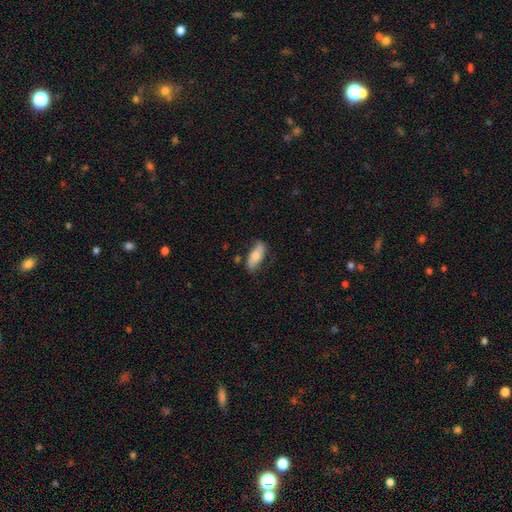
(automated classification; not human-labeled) A smooth galaxy with no disk features (69%) that is in between round and cigar-shaped (79%). Merging: none (77%).